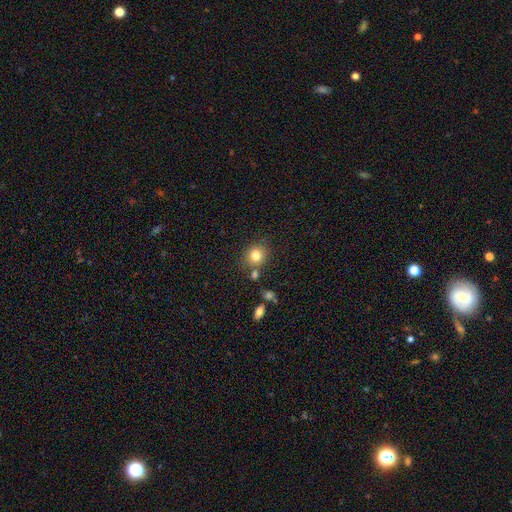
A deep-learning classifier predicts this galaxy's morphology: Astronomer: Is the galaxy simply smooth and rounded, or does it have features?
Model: smooth — 81%.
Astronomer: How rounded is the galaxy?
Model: round — 78%.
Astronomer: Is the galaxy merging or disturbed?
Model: none — 74%.